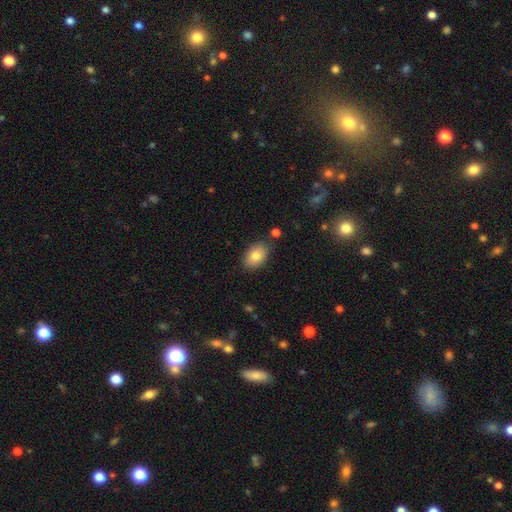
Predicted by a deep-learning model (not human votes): A smooth galaxy with no disk features (82%) that is in between round and cigar-shaped (87%).

Vote fractions:
- Smooth or featured? smooth: 82% / featured or disk: 10% / star or artifact: 8%
- How rounded? in between: 87% / round: 12% / cigar-shaped: 1%
- Merging? none: 82% / minor disturbance: 12% / merger: 3% / major disturbance: 3%